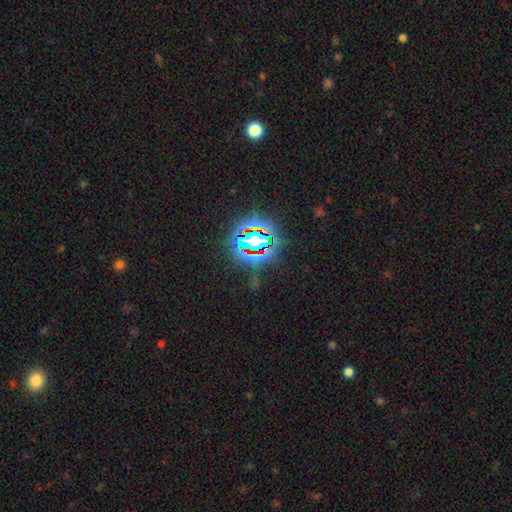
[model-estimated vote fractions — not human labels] Smooth or featured: star or artifact — 75% (smooth — 14%)